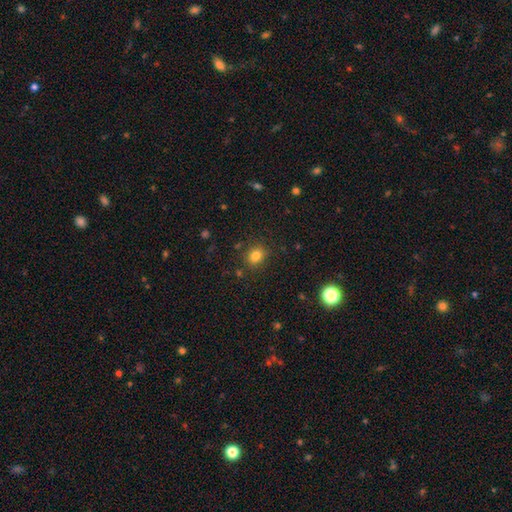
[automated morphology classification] smooth 81%, star or artifact 13%, featured or disk 6%. Down the decision tree: how rounded — round (50%); merging — none (82%).